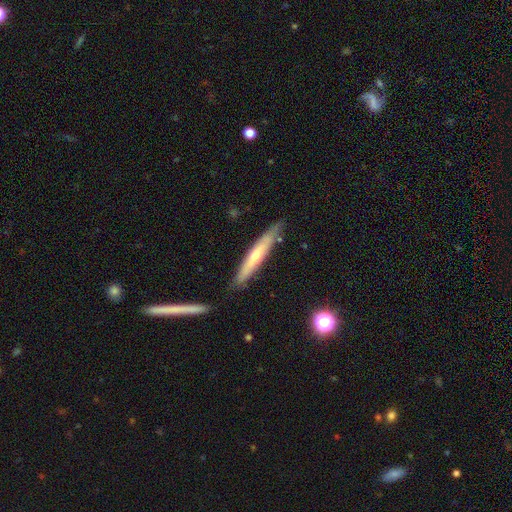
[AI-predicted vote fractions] featured or disk 50%, smooth 44%, star or artifact 6%. Down the decision tree: merging — none (80%).